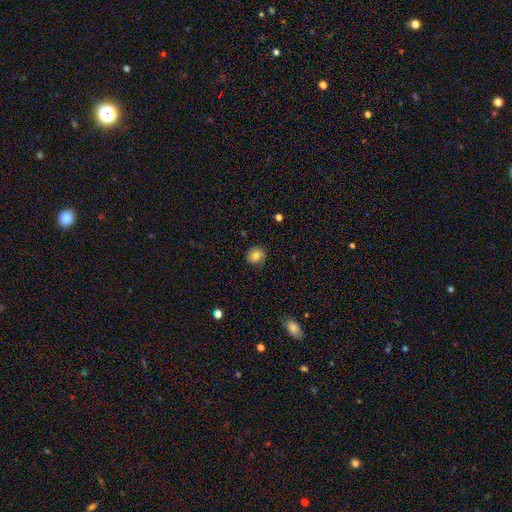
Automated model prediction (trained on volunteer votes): This is likely a smooth galaxy (77%). How rounded: likely round (79%). Merging: likely none (78%).